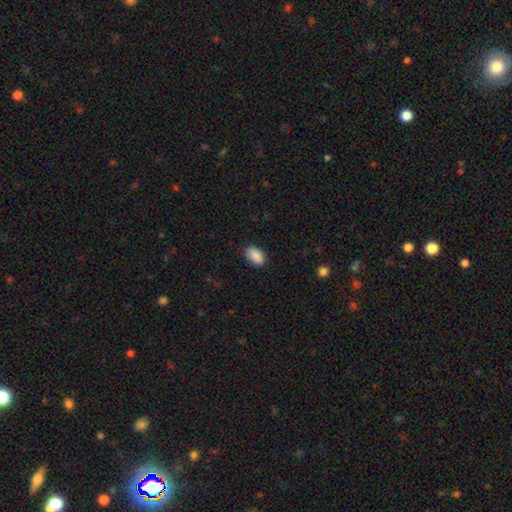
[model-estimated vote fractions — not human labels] This is clearly a smooth galaxy (90%). How rounded: clearly in between (92%). Merging: clearly none (84%).